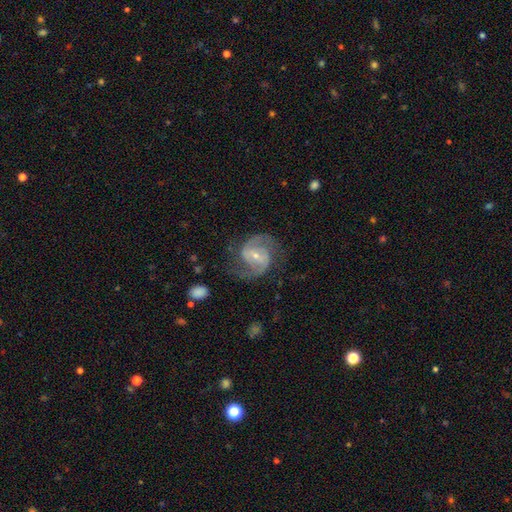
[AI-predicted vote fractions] Smooth or featured: featured or disk — 88% (smooth — 7%)
Edge-on disk: no — 98% (yes — 2%)
Bar: weak — 47% (strong — 33%)
Spiral arms: yes — 97% (no — 3%)
Spiral winding: medium — 59% (loose — 21%)
Spiral arm count: 2 — 91% (can't tell — 3%)
Bulge size: small — 60% (moderate — 35%)
Merging: none — 74% (minor disturbance — 15%)